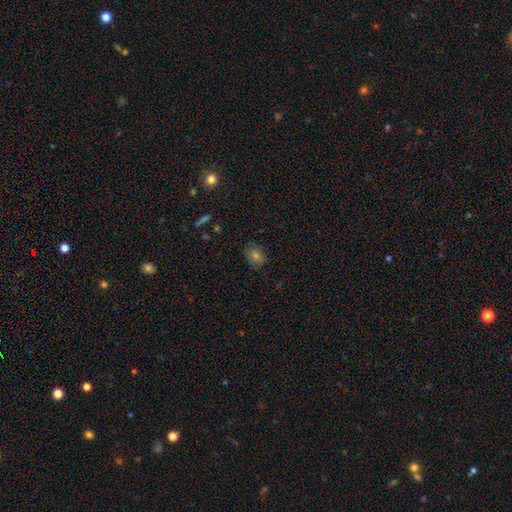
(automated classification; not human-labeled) A smooth galaxy with no disk features (69%) that is in between round and cigar-shaped (51%). Merging: none (82%).